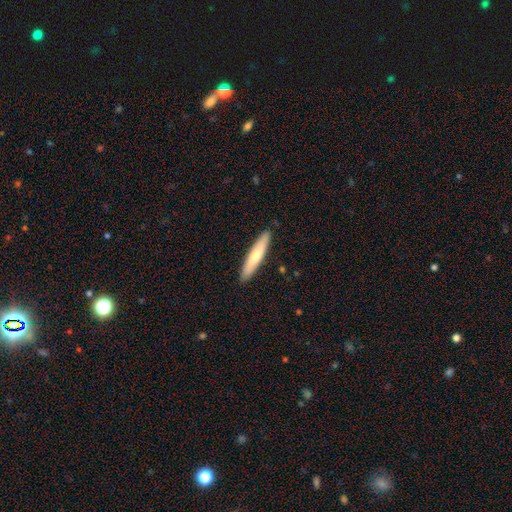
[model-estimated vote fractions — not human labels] Smooth or featured?
  - smooth: 67% *
  - featured or disk: 28%
  - star or artifact: 5%
How rounded?
  - cigar-shaped: 90% *
  - in between: 9%
  - round: 1%
Merging?
  - none: 90% *
  - minor disturbance: 7%
  - major disturbance: 1%
  - merger: 1%